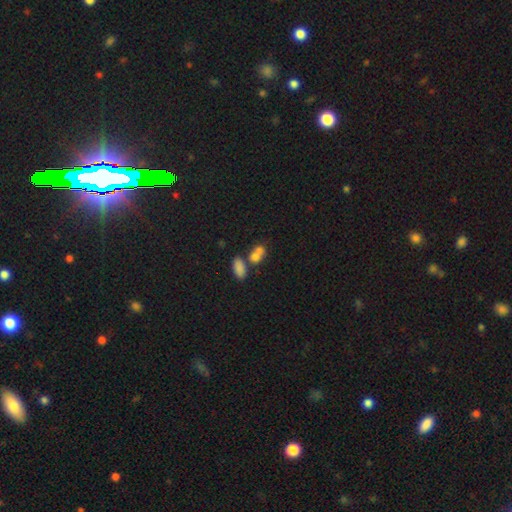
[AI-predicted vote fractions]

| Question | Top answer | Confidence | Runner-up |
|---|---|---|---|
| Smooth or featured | smooth | 73% | star or artifact (14%) |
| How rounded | in between | 64% | round (32%) |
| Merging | merger | 52% | none (34%) |